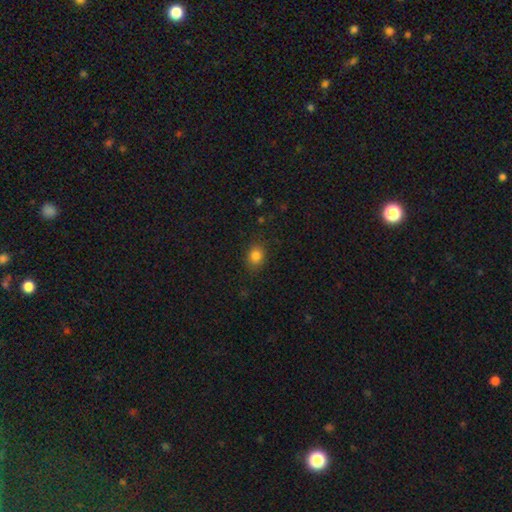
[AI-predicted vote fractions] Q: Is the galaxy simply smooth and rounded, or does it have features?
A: smooth — 83%.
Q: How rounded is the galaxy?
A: in between — 51%.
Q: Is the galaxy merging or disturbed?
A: none — 84%.